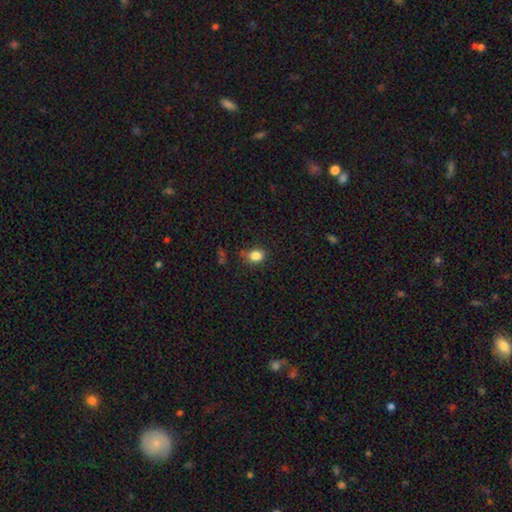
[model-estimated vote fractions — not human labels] The model was most divided on "how rounded": in between: 54%, round: 45%, cigar-shaped: 1%. More confident: smooth or featured — smooth (84%); merging — none (68%).